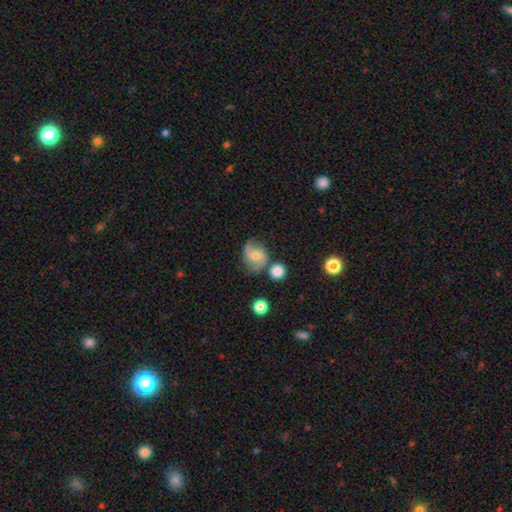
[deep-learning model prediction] Smooth or featured?
  - featured or disk: 65% *
  - smooth: 26%
  - star or artifact: 9%
Edge-on disk?
  - no: 97% *
  - yes: 3%
Bar?
  - no: 58% *
  - weak: 34%
  - strong: 8%
Spiral arms?
  - yes: 91% *
  - no: 9%
Spiral winding?
  - loose: 47% *
  - medium: 40%
  - tight: 13%
Spiral arm count?
  - 2: 82% *
  - can't tell: 7%
  - 1: 5%
  - 3: 3%
  - 4: 1%
  - more than 4: 1%
Bulge size?
  - small: 51% *
  - moderate: 41%
  - none: 4%
  - large: 2%
  - dominant: 1%
Merging?
  - none: 58% *
  - minor disturbance: 22%
  - major disturbance: 10%
  - merger: 10%